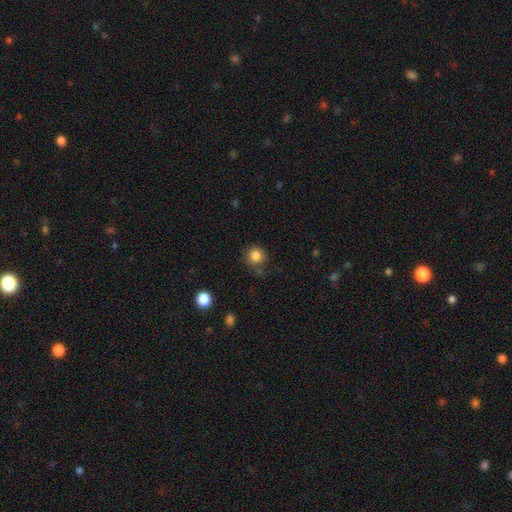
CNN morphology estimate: Smooth or featured?
  - smooth: 84% *
  - star or artifact: 11%
  - featured or disk: 5%
How rounded?
  - round: 91% *
  - in between: 8%
  - cigar-shaped: 1%
Merging?
  - none: 75% *
  - minor disturbance: 16%
  - major disturbance: 5%
  - merger: 4%